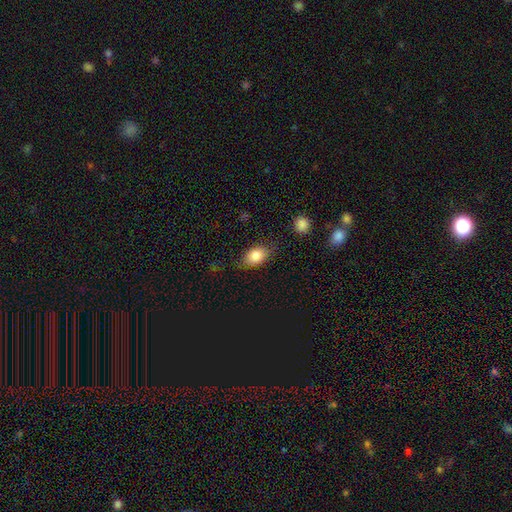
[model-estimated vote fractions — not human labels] A smooth galaxy with no disk features (81%) that is in between round and cigar-shaped (78%).

Vote fractions:
- Smooth or featured? smooth: 81% / featured or disk: 10% / star or artifact: 8%
- How rounded? in between: 78% / round: 20% / cigar-shaped: 2%
- Merging? none: 71% / minor disturbance: 20% / major disturbance: 6% / merger: 3%